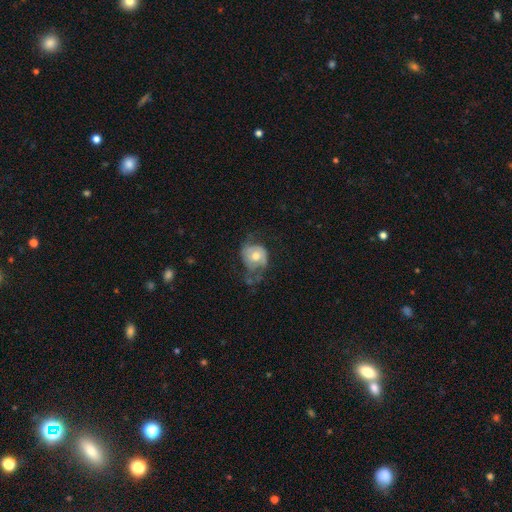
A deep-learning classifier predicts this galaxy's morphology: The model was most divided on "merging": none: 35%, major disturbance: 34%, minor disturbance: 28%, merger: 3%. Remaining: smooth or featured — featured or disk (49%).